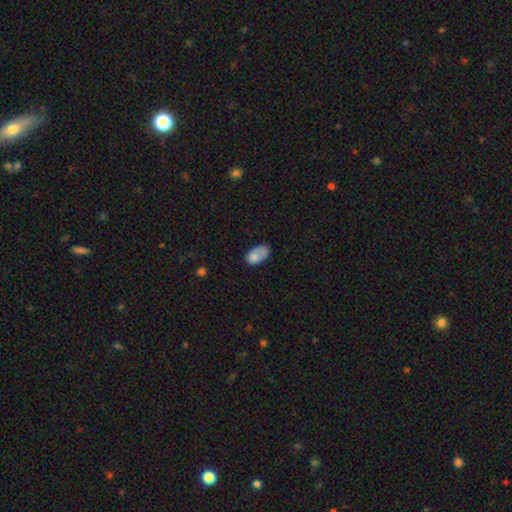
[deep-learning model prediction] smooth-or-featured: smooth: 76% | featured or disk: 16% | star or artifact: 8%
  how-rounded: in between: 92% | round: 7% | cigar-shaped: 2%
  merging: none: 44% | minor disturbance: 32% | major disturbance: 17% | merger: 8%